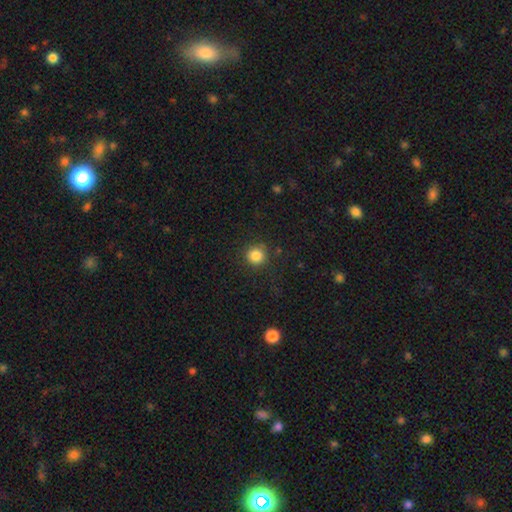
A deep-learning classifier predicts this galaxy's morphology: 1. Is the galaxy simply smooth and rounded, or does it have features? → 85% smooth, 11% star or artifact, 4% featured or disk.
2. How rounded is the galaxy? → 94% round, 5% in between, 1% cigar-shaped.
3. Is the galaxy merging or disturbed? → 87% none, 8% minor disturbance, 3% major disturbance, 1% merger.